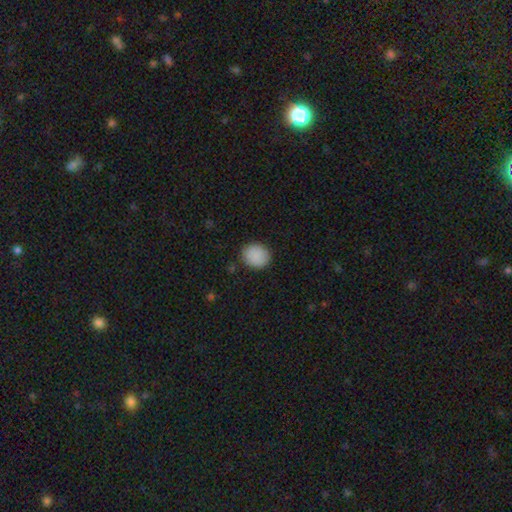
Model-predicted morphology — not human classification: A smooth galaxy with no disk features (89%) that is round (73%). Merging: none (88%).